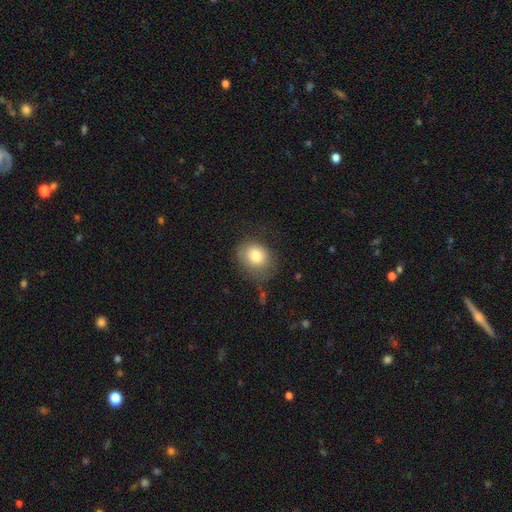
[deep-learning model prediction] Overall: smooth (80%). How rounded: round (53%; in between 47%). Merging: none (63%; minor disturbance 24%).